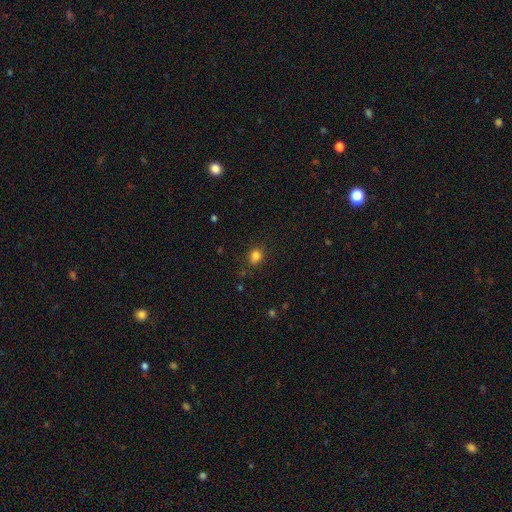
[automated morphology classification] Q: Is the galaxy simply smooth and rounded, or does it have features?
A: smooth — 82%.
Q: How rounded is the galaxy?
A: round — 62%.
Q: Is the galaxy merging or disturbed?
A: none — 80%.